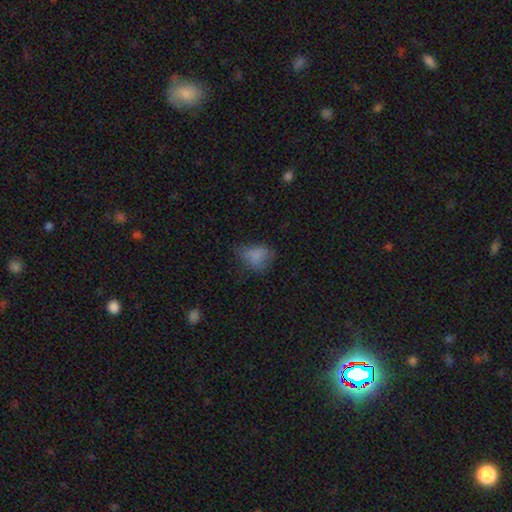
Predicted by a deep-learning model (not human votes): The model was most divided on "merging": none: 39%, minor disturbance: 32%, major disturbance: 27%, merger: 2%. More confident: how rounded — in between (73%); smooth or featured — smooth (73%).